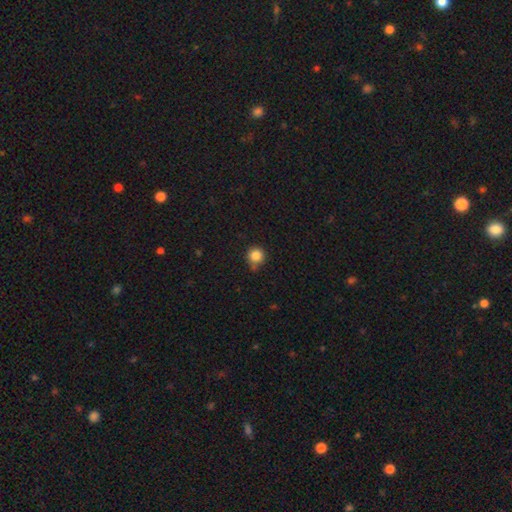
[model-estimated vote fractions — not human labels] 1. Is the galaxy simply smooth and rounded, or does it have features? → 84% smooth, 11% star or artifact, 5% featured or disk.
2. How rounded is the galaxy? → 92% round, 7% in between, 1% cigar-shaped.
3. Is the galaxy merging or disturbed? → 68% none, 23% minor disturbance, 4% merger, 4% major disturbance.